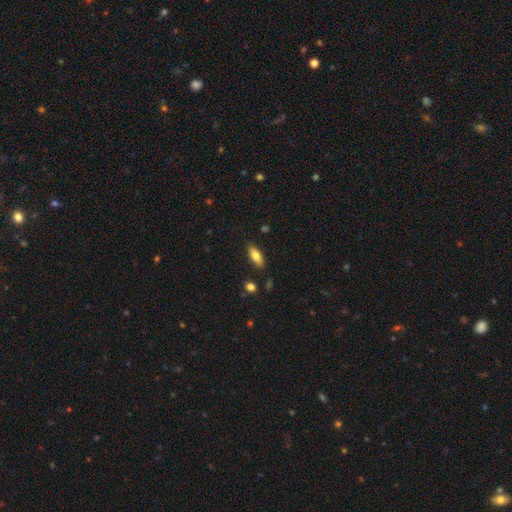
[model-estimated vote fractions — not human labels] Morphology: type=smooth (72%); roundness=in between (72%); merging=none (85%).